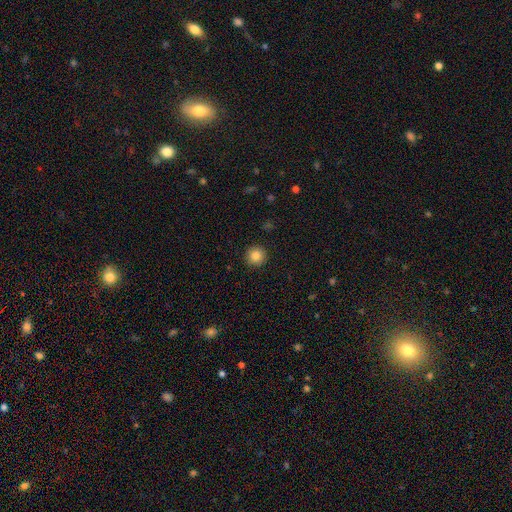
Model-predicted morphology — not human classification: smooth 84%, star or artifact 10%, featured or disk 6%. Down the decision tree: how rounded — round (95%); merging — none (92%).